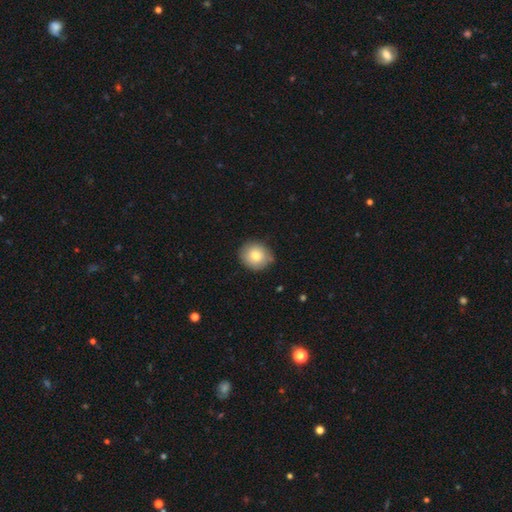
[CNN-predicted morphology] Overall: smooth (80%). How rounded: round (82%). Merging: none (79%).